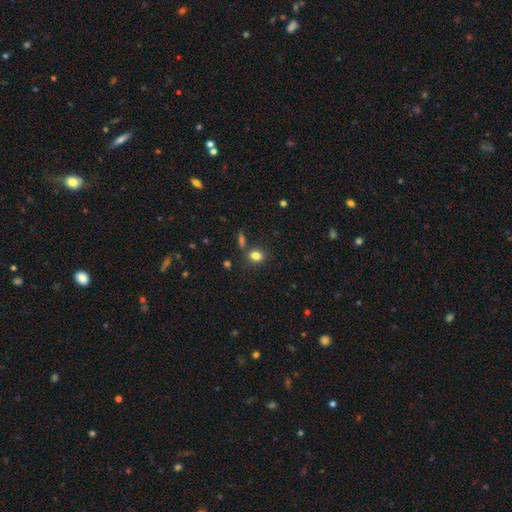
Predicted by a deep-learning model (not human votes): Smooth or featured? Predicted: smooth (p=0.81). How rounded? Predicted: in between (p=0.54). Merging? Predicted: none (p=0.75).